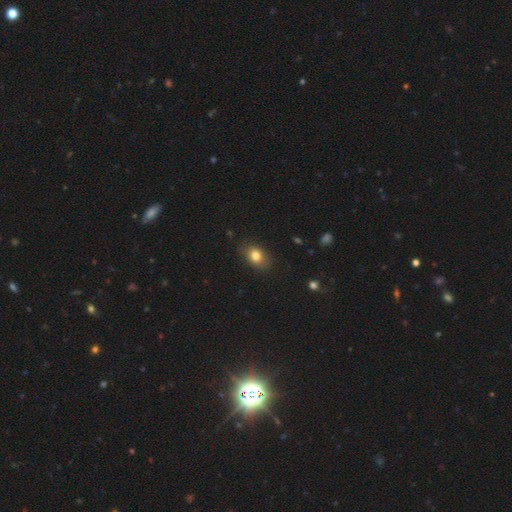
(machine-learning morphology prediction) smooth_or_featured: smooth (p=0.79) [alt: featured or disk p=0.10]
how_rounded: in between (p=0.75) [alt: round p=0.24]
merging: none (p=0.80) [alt: minor disturbance p=0.15]